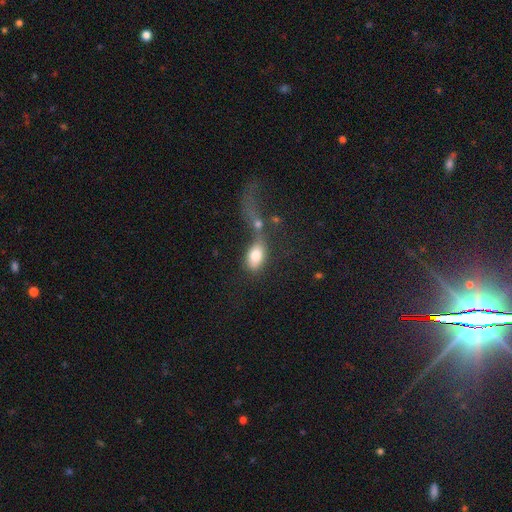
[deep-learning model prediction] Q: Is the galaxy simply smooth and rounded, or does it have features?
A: smooth — 78%.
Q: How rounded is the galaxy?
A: in between — 86%.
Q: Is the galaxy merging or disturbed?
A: merger — 41%.